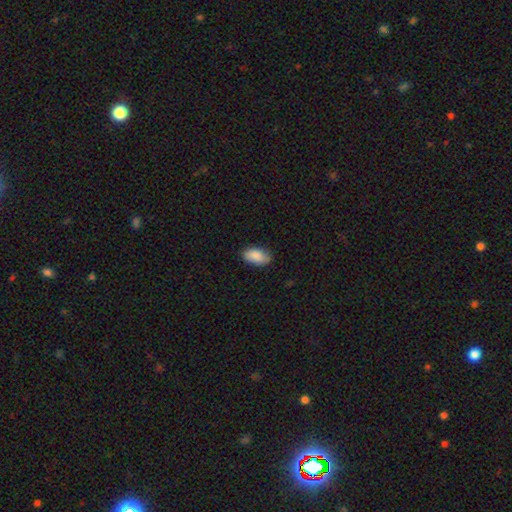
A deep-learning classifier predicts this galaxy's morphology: A smooth galaxy with no disk features (88%) that is in between round and cigar-shaped (94%). Merging: none (84%).